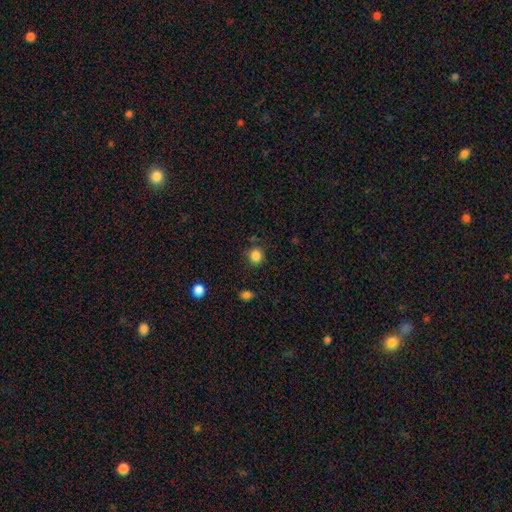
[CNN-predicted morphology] A smooth galaxy with no disk features (85%) that is round (86%).

Vote fractions:
- Smooth or featured? smooth: 85% / star or artifact: 11% / featured or disk: 4%
- How rounded? round: 86% / in between: 13% / cigar-shaped: 1%
- Merging? none: 83% / minor disturbance: 11% / major disturbance: 3% / merger: 3%